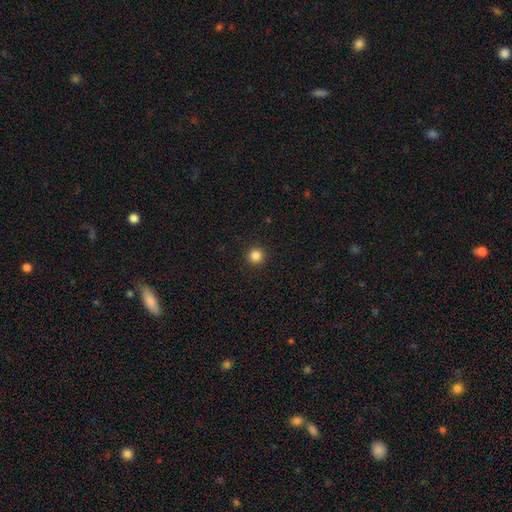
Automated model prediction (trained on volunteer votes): This is clearly a smooth galaxy (84%). How rounded: clearly round (96%). Merging: clearly none (93%).